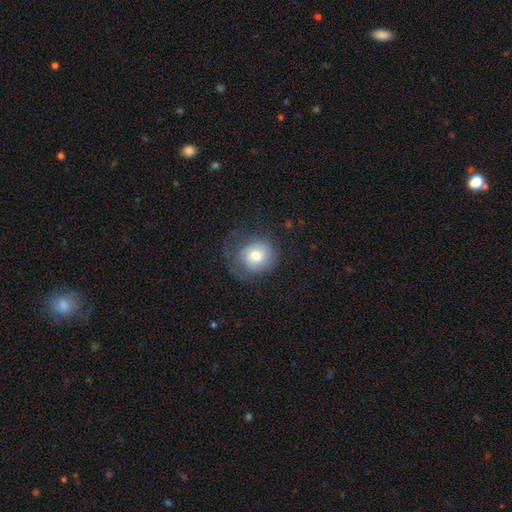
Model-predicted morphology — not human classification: Smooth or featured? smooth (68%)
How rounded? round (79%)
Merging? none (57%)